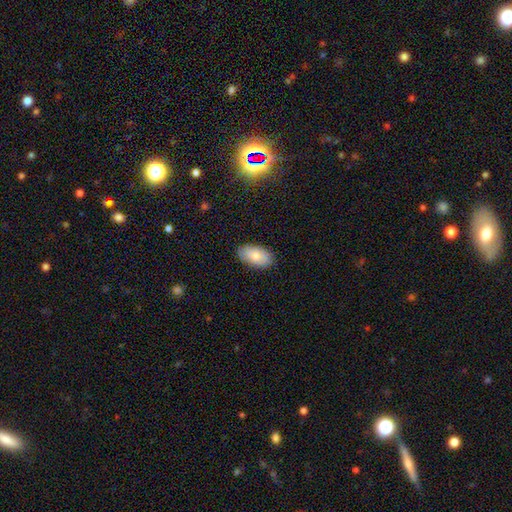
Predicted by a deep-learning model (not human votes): smooth_or_featured: smooth (p=0.79) [alt: featured or disk p=0.15]
how_rounded: in between (p=0.94) [alt: round p=0.04]
merging: none (p=0.86) [alt: minor disturbance p=0.11]